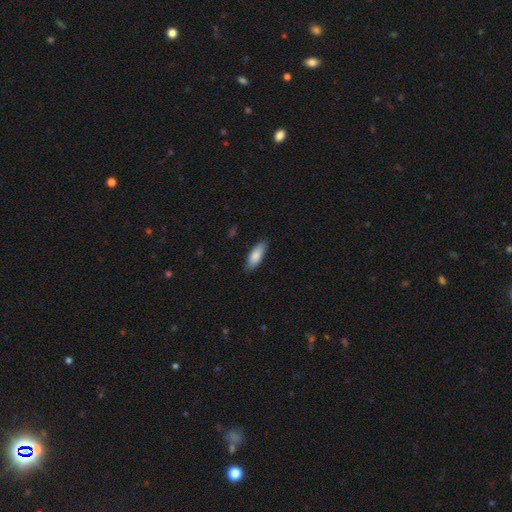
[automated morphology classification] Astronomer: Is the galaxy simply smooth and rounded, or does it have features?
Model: smooth — 85%.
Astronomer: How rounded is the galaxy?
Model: in between — 68%.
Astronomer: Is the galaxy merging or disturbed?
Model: none — 84%.